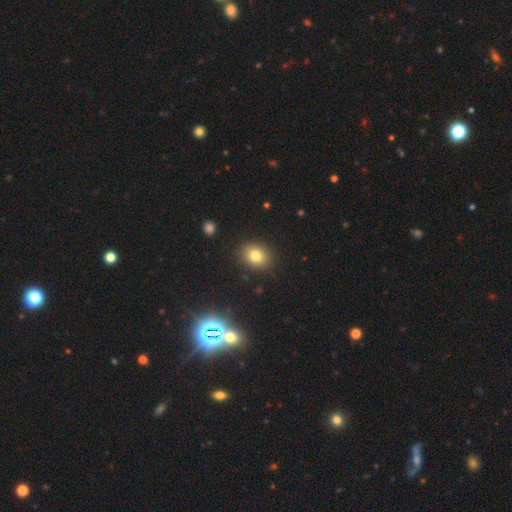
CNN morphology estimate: Q: Smooth or featured?
A: smooth (77%); runner-up: star or artifact (14%)
Q: How rounded?
A: round (51%); runner-up: in between (48%)
Q: Merging?
A: none (88%); runner-up: minor disturbance (8%)